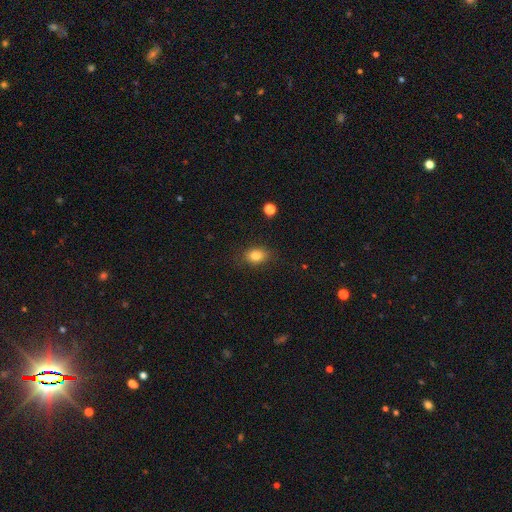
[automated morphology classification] This appears to be a smooth galaxy with no disk features (82%) that is in between round and cigar-shaped (65%). Merging: none (84%).